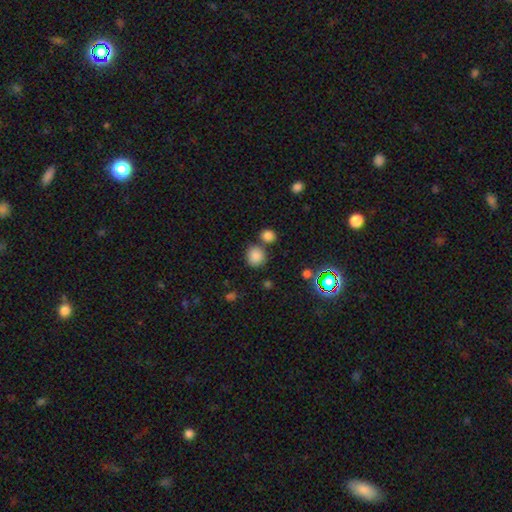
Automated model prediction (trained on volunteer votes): This is clearly a smooth galaxy (82%). How rounded: clearly round (86%). Merging: likely none (70%).